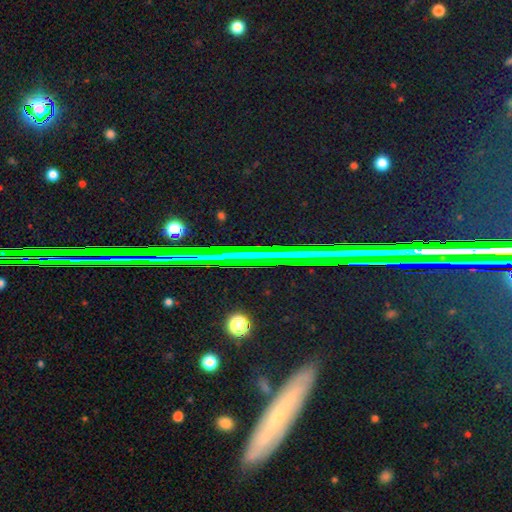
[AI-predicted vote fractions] Overall: star or artifact (68%).